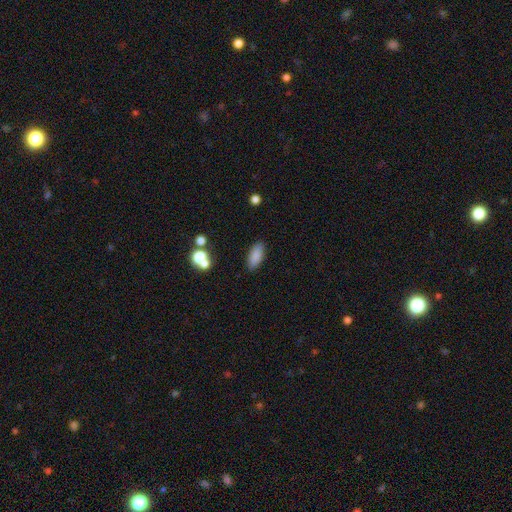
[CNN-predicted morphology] Q: Smooth or featured?
A: smooth (85%); runner-up: star or artifact (8%)
Q: How rounded?
A: in between (82%); runner-up: cigar-shaped (16%)
Q: Merging?
A: none (87%); runner-up: minor disturbance (8%)